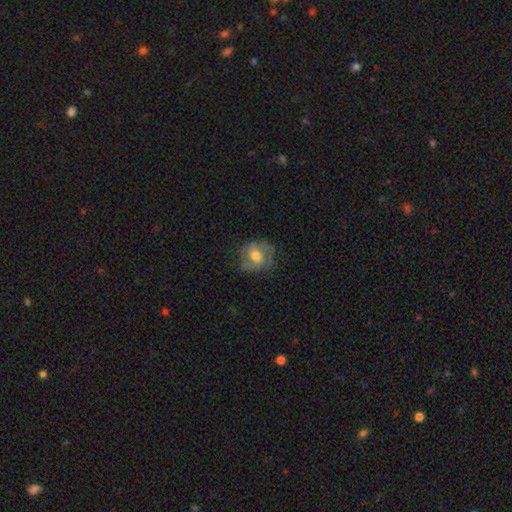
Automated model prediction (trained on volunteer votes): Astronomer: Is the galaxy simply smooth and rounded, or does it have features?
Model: featured or disk — 57% (runner-up: smooth, 35%).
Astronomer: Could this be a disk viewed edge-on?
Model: no — 97%.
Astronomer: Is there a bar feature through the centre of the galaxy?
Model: no — 46% (runner-up: weak, 42%).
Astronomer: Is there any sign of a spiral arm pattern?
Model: yes — 82%.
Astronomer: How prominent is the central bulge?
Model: moderate — 64%.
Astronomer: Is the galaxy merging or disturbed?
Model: none — 62%.